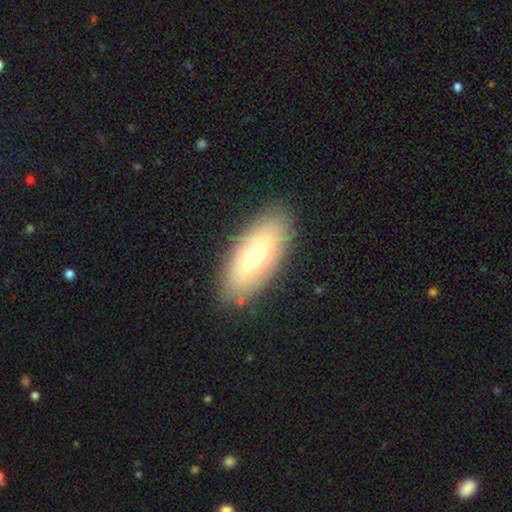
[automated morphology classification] smooth_or_featured: smooth (p=0.66) [alt: featured or disk p=0.27]
how_rounded: in between (p=0.85) [alt: cigar-shaped p=0.13]
merging: none (p=0.86) [alt: minor disturbance p=0.10]